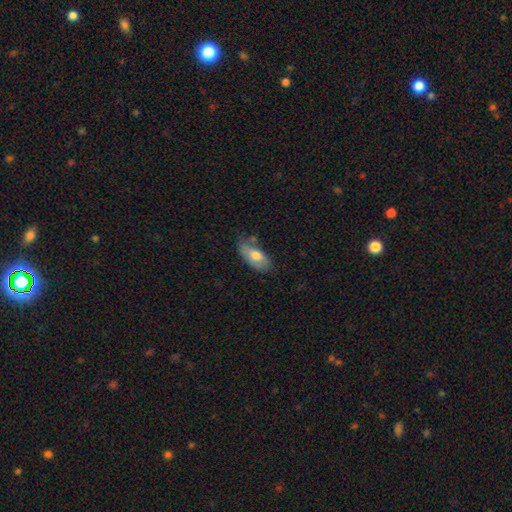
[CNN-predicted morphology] The model was most divided on "merging": none: 54%, minor disturbance: 31%, major disturbance: 8%, merger: 6%. More confident: how rounded — in between (89%); smooth or featured — smooth (70%).